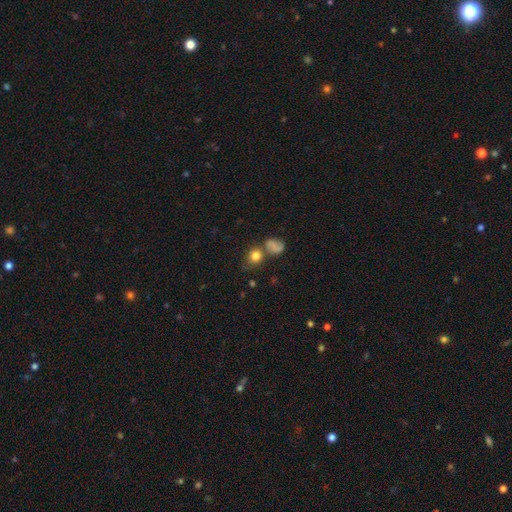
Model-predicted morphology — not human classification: A smooth galaxy with no disk features (79%) that is round (76%).

Vote fractions:
- Smooth or featured? smooth: 79% / star or artifact: 11% / featured or disk: 9%
- How rounded? round: 76% / in between: 22% / cigar-shaped: 1%
- Merging? none: 56% / merger: 24% / minor disturbance: 14% / major disturbance: 7%